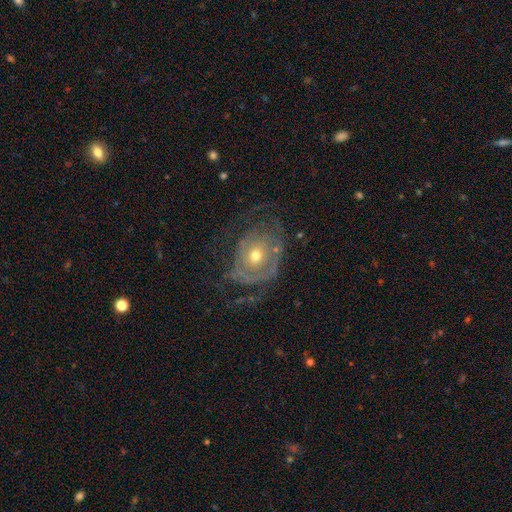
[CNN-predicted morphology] Smooth or featured? featured or disk (76%)
Edge-on disk? no (96%)
Bar? no (80%)
Spiral arms? yes (74%)
Spiral winding? tight (53%)
Spiral arm count? can't tell (38%)
Bulge size? moderate (54%)
Merging? none (50%)